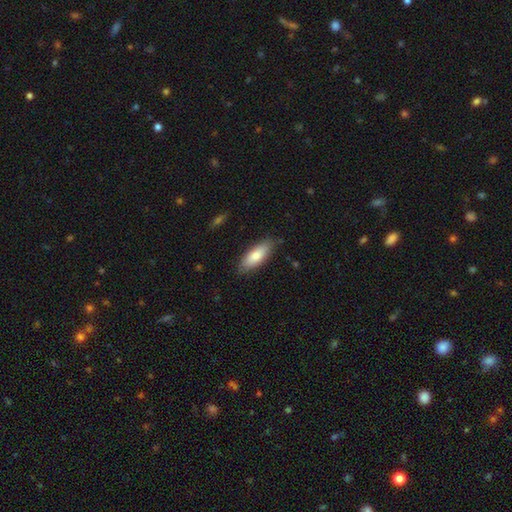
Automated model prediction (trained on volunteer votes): Smooth or featured?
  - smooth: 78% *
  - featured or disk: 16%
  - star or artifact: 6%
How rounded?
  - in between: 71% *
  - cigar-shaped: 27%
  - round: 2%
Merging?
  - none: 83% *
  - minor disturbance: 13%
  - major disturbance: 2%
  - merger: 1%